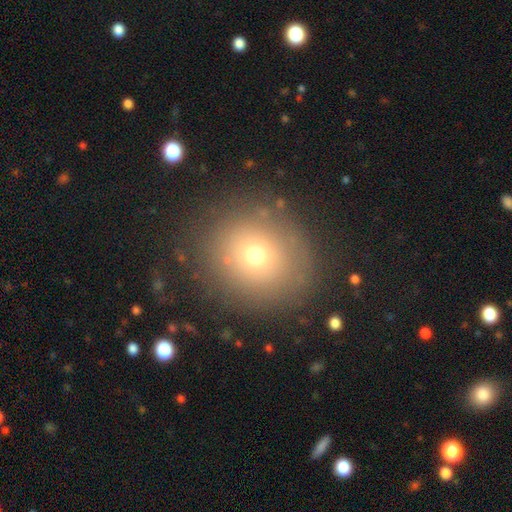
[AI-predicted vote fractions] A smooth galaxy with no disk features (67%) that is round (86%).

Vote fractions:
- Smooth or featured? smooth: 67% / star or artifact: 17% / featured or disk: 15%
- How rounded? round: 86% / in between: 13% / cigar-shaped: 1%
- Merging? none: 83% / minor disturbance: 10% / major disturbance: 5% / merger: 2%